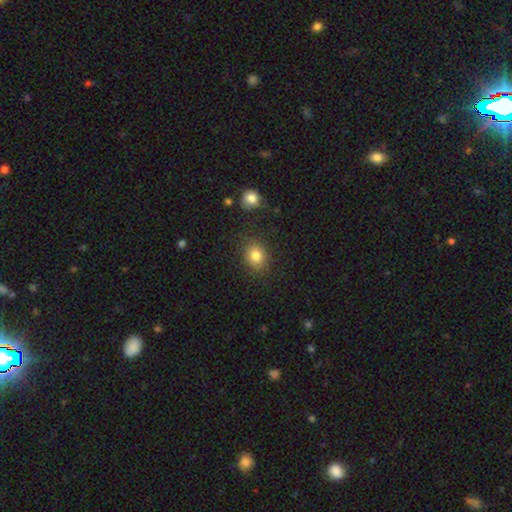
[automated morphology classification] Smooth or featured? smooth (82%)
How rounded? round (54%)
Merging? none (83%)